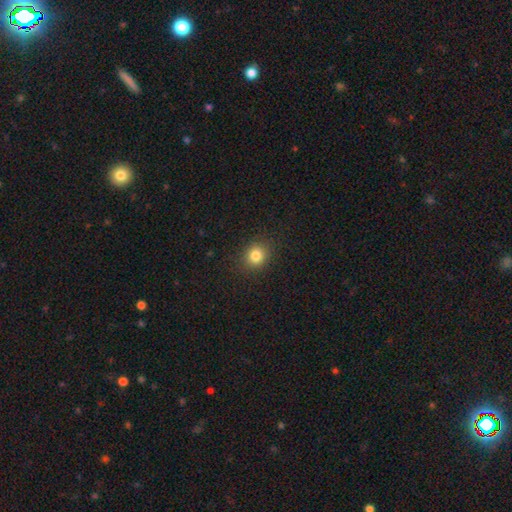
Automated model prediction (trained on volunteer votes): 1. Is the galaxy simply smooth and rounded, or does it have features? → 82% smooth, 12% star or artifact, 6% featured or disk.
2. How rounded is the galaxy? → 77% round, 22% in between, 1% cigar-shaped.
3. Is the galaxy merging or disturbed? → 89% none, 8% minor disturbance, 3% major disturbance, 1% merger.